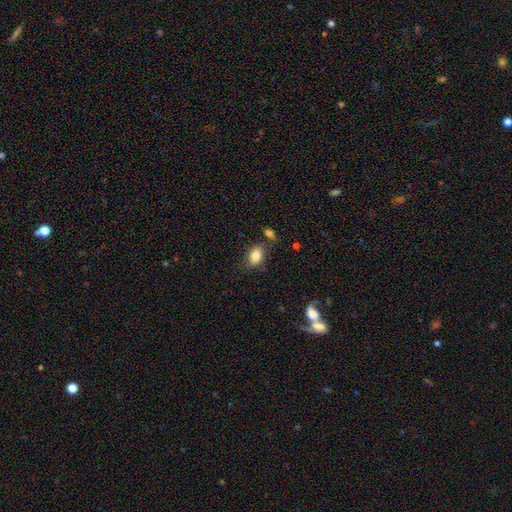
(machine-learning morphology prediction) This appears to be a smooth galaxy with no disk features (84%) that is in between round and cigar-shaped (87%). Merging: none (66%).